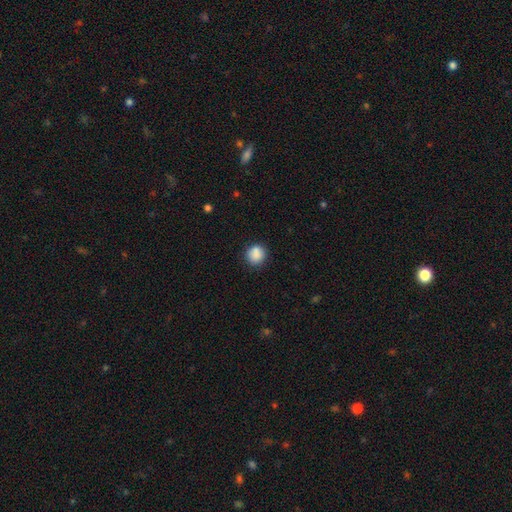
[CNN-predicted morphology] This is clearly a smooth galaxy (86%). How rounded: clearly round (85%). Merging: clearly none (80%).